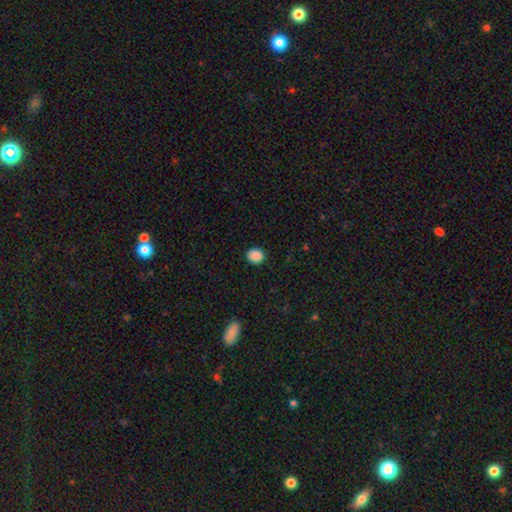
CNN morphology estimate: smooth_or_featured: smooth (p=0.88) [alt: star or artifact p=0.09]
how_rounded: round (p=0.73) [alt: in between p=0.27]
merging: none (p=0.89) [alt: minor disturbance p=0.08]